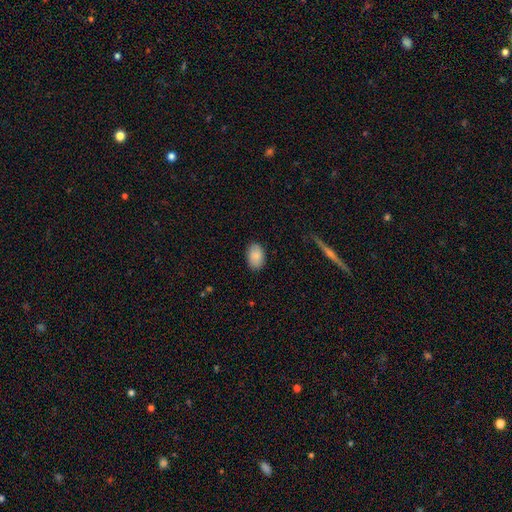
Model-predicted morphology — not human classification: A smooth galaxy with no disk features (87%) that is in between round and cigar-shaped (88%).

Vote fractions:
- Smooth or featured? smooth: 87% / star or artifact: 7% / featured or disk: 7%
- How rounded? in between: 88% / round: 11% / cigar-shaped: 1%
- Merging? none: 87% / minor disturbance: 10% / major disturbance: 2% / merger: 1%